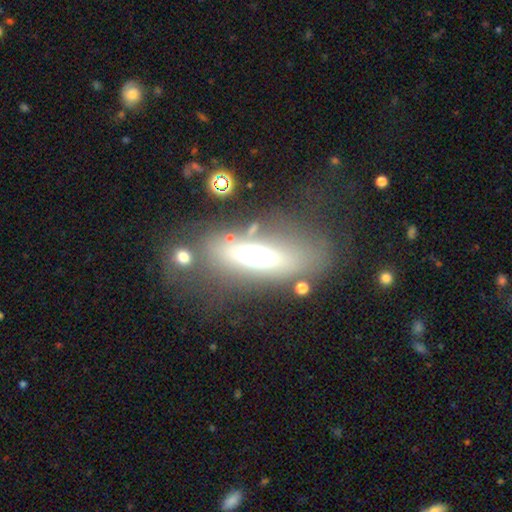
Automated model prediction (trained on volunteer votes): Smooth or featured: smooth — 44% (featured or disk — 39%)
Merging: none — 63% (minor disturbance — 15%)